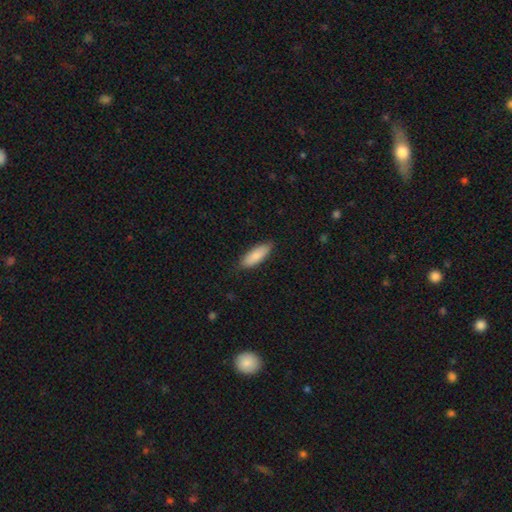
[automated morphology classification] smooth_or_featured: smooth (p=0.86) [alt: featured or disk p=0.08]
how_rounded: in between (p=0.66) [alt: cigar-shaped p=0.32]
merging: none (p=0.84) [alt: minor disturbance p=0.13]